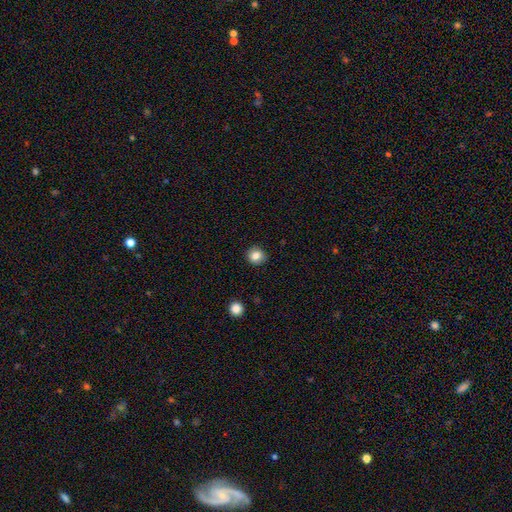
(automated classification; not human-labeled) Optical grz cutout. It shows a smooth galaxy with no disk features (83%) that is round (85%). Merging: none (89%).